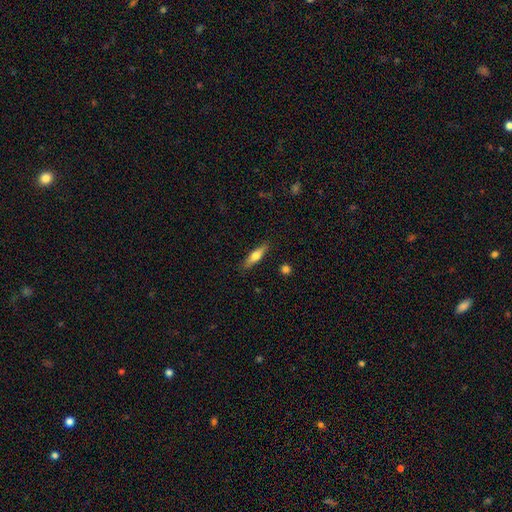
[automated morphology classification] Smooth or featured? Predicted: smooth (p=0.56). How rounded? Predicted: cigar-shaped (p=0.71). Merging? Predicted: none (p=0.88).